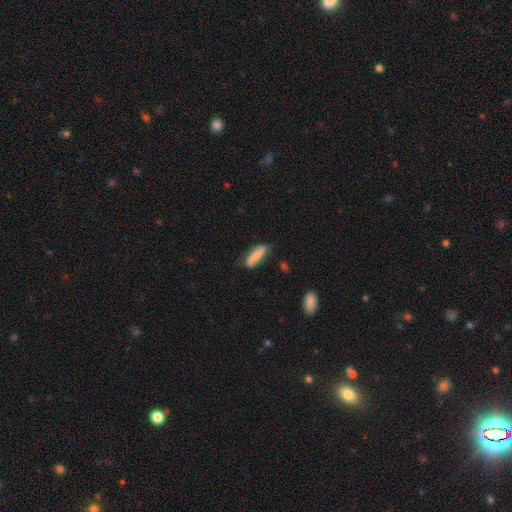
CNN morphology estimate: smooth 60%, featured or disk 33%, star or artifact 7%. Down the decision tree: how rounded — cigar-shaped (54%); merging — none (72%).